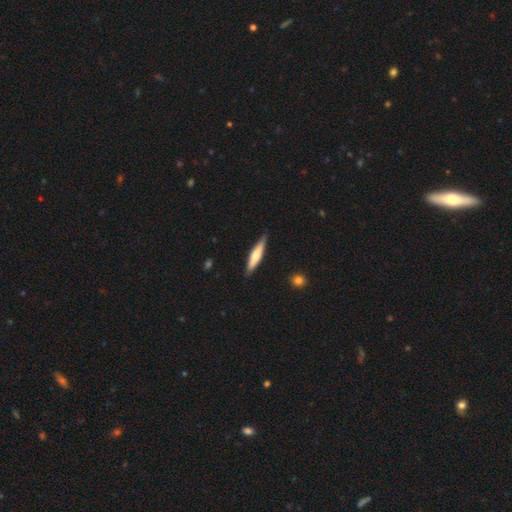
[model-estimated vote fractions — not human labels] This appears to be a smooth galaxy with no disk features (54%) that is cigar-shaped (86%). Merging: none (88%).